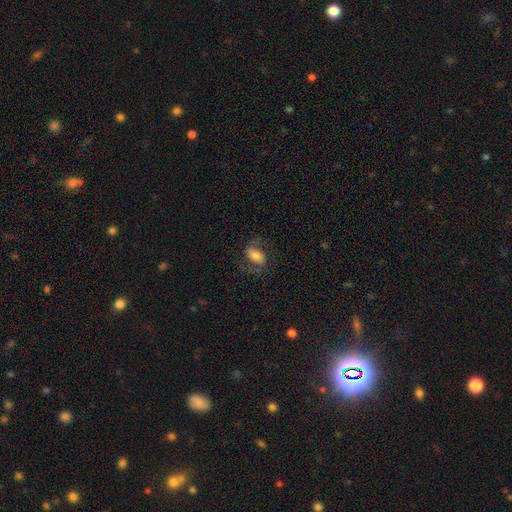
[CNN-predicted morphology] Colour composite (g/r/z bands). It shows a featured or disk galaxy (48%). Merging: none (65%).